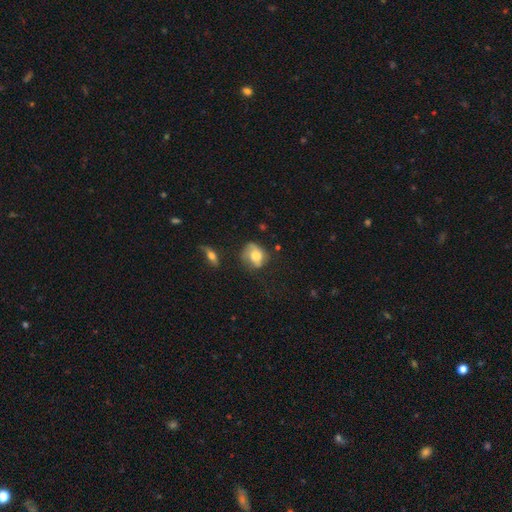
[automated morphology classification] smooth_or_featured: smooth (p=0.62) [alt: featured or disk p=0.29]
how_rounded: round (p=0.50) [alt: in between p=0.48]
merging: none (p=0.41) [alt: minor disturbance p=0.32]